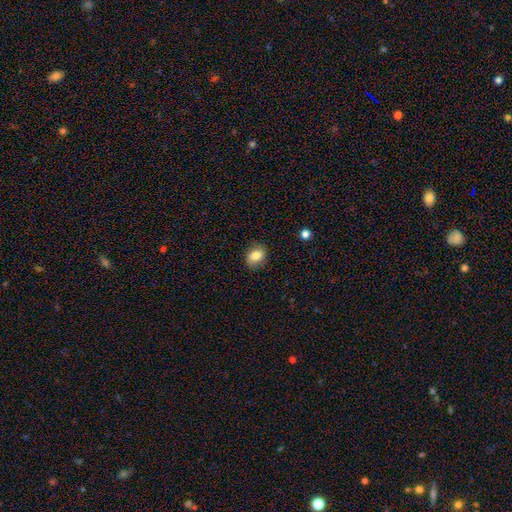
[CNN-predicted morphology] A smooth galaxy with no disk features (82%) that is in between round and cigar-shaped (59%).

Vote fractions:
- Smooth or featured? smooth: 82% / featured or disk: 9% / star or artifact: 9%
- How rounded? in between: 59% / round: 40% / cigar-shaped: 1%
- Merging? none: 84% / minor disturbance: 12% / major disturbance: 3% / merger: 1%